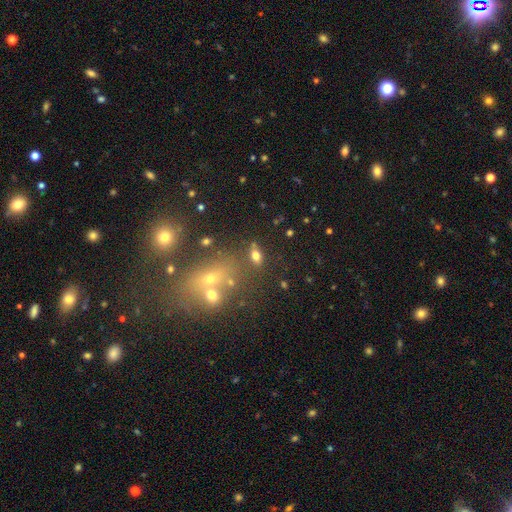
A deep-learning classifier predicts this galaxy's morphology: This is likely a smooth galaxy (70%). How rounded: likely in between (80%). Merging: likely none (68%).